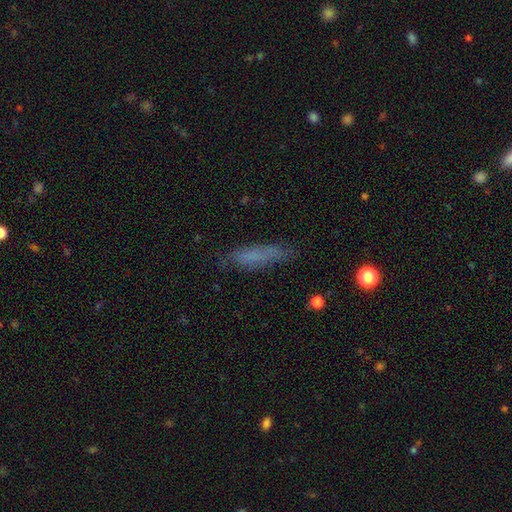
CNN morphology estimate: Overall: smooth (63%; featured or disk 25%). How rounded: cigar-shaped (76%). Merging: none (67%).